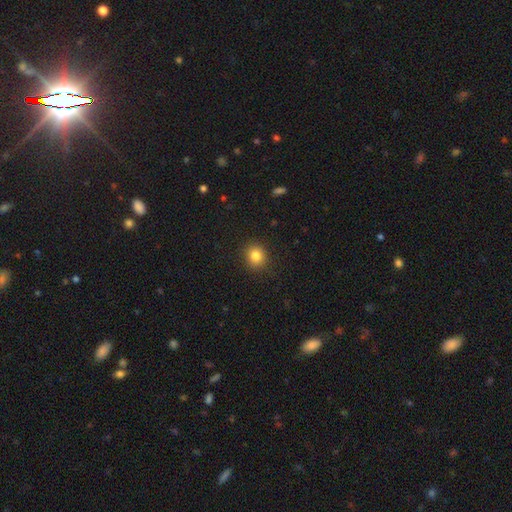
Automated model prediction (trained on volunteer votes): smooth-or-featured: smooth: 83% | star or artifact: 11% | featured or disk: 6%
  how-rounded: round: 82% | in between: 17% | cigar-shaped: 1%
  merging: none: 90% | minor disturbance: 7% | major disturbance: 2% | merger: 1%